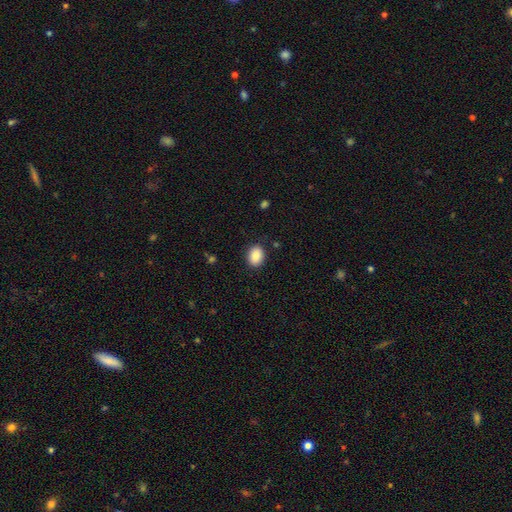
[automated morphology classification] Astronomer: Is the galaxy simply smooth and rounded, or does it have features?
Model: smooth — 89%.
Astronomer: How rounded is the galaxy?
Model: in between — 68%.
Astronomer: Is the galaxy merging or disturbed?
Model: none — 87%.